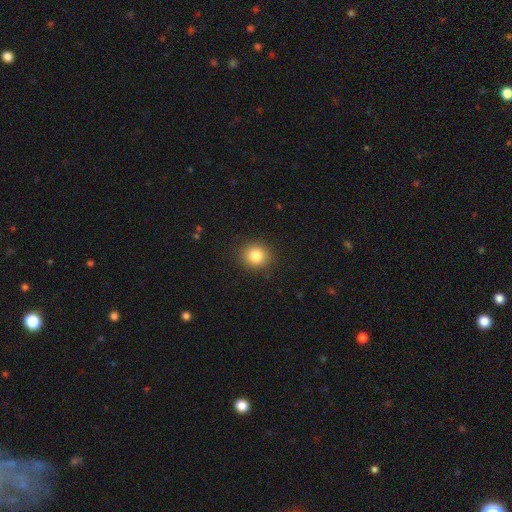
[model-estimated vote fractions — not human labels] smooth 84%, star or artifact 11%, featured or disk 6%. Down the decision tree: how rounded — round (81%); merging — none (89%).